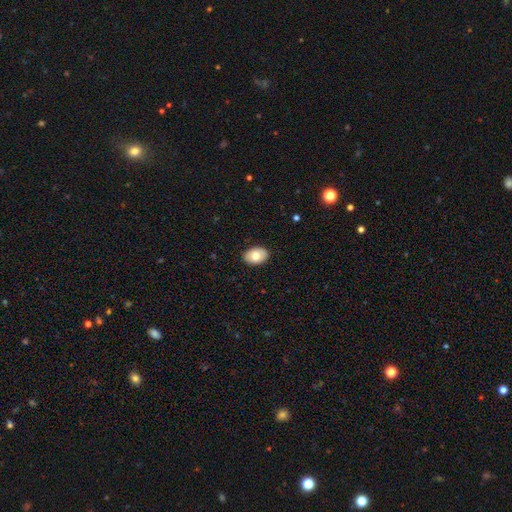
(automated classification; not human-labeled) This appears to be a smooth galaxy with no disk features (71%) that is in between round and cigar-shaped (86%). Merging: none (88%).